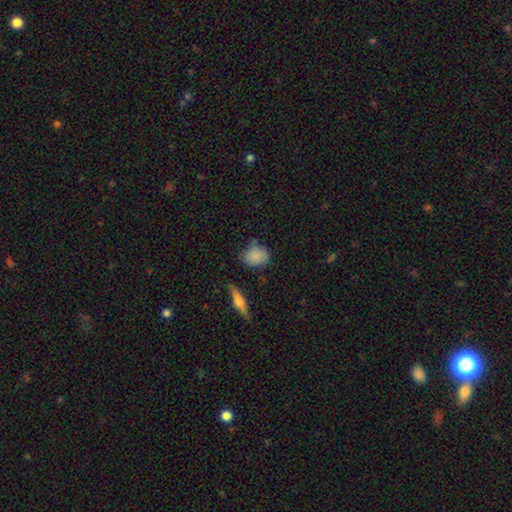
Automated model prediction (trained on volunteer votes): Q: Smooth or featured?
A: smooth (81%); runner-up: featured or disk (10%)
Q: How rounded?
A: in between (57%); runner-up: round (40%)
Q: Merging?
A: none (65%); runner-up: minor disturbance (25%)